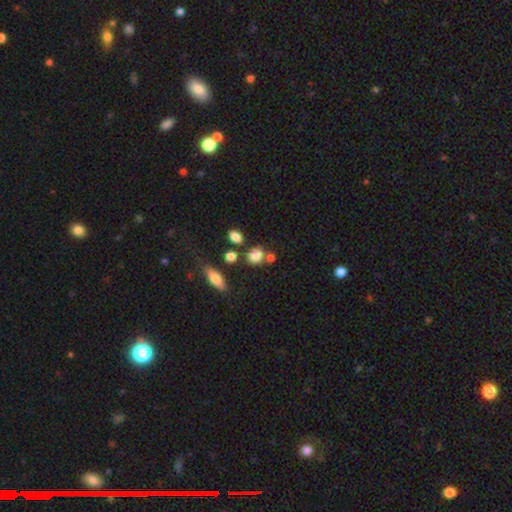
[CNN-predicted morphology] smooth 80%, star or artifact 11%, featured or disk 9%. Down the decision tree: how rounded — round (56%); merging — none (62%).